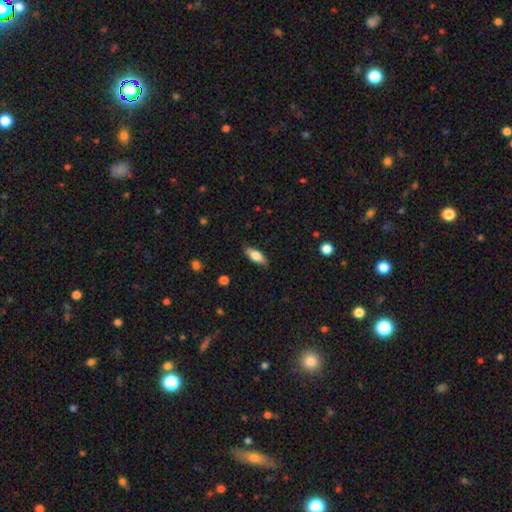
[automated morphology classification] smooth-or-featured: smooth: 72% | featured or disk: 22% | star or artifact: 7%
  how-rounded: in between: 71% | cigar-shaped: 26% | round: 3%
  merging: none: 85% | minor disturbance: 12% | major disturbance: 2% | merger: 1%